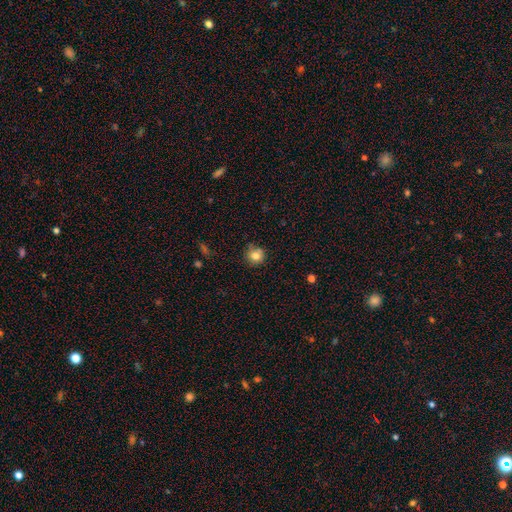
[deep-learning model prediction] Q: Smooth or featured?
A: smooth (80%); runner-up: star or artifact (12%)
Q: How rounded?
A: round (91%); runner-up: in between (8%)
Q: Merging?
A: none (73%); runner-up: minor disturbance (17%)